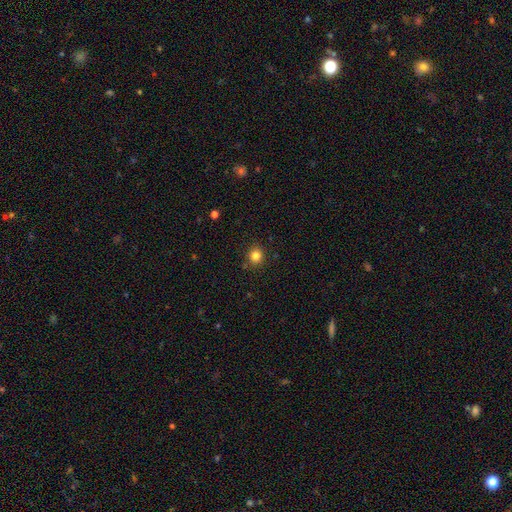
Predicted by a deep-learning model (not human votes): Overall: smooth (83%). How rounded: round (88%). Merging: none (88%).